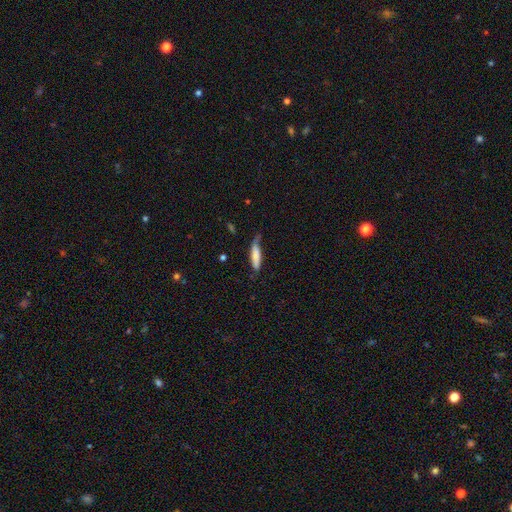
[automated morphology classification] Smooth or featured? Predicted: smooth (p=0.74). How rounded? Predicted: cigar-shaped (p=0.69). Merging? Predicted: none (p=0.44).